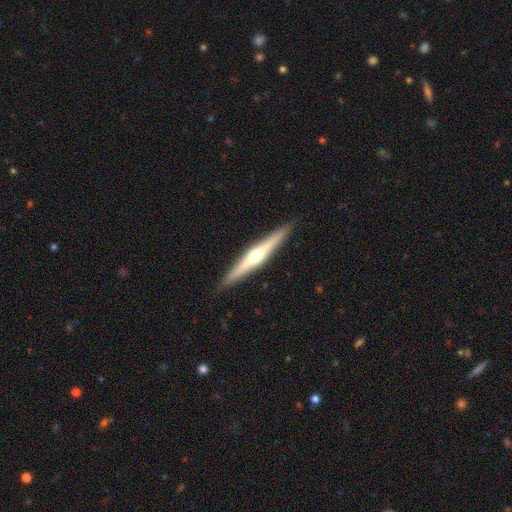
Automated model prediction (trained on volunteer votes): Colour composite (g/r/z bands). It shows a featured or disk galaxy (70%) viewed edge-on (97%) with a rounded central bulge (88%). Merging: none (91%).